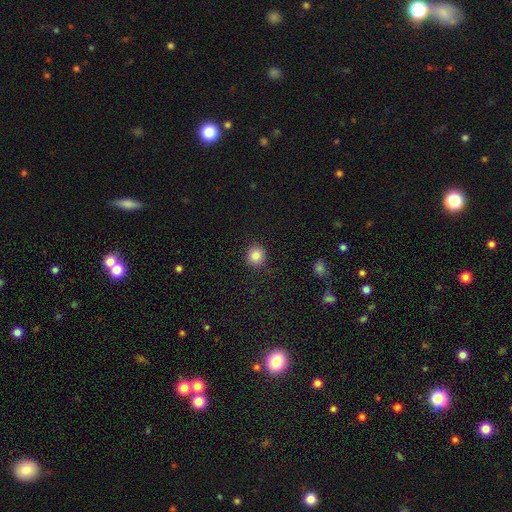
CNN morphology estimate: type=smooth (86%); roundness=round (87%); merging=none (90%).